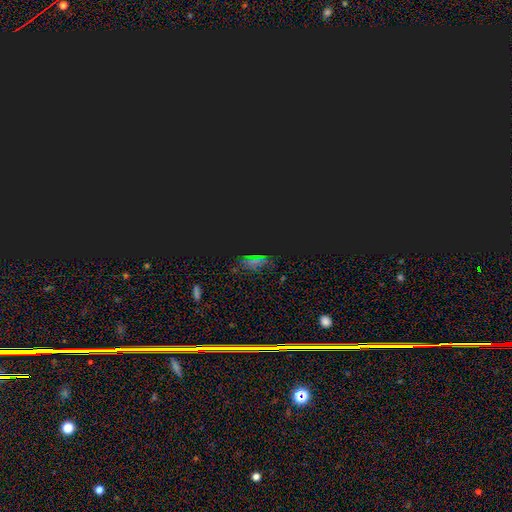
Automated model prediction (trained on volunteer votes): Overall: star or artifact (65%; smooth 25%).